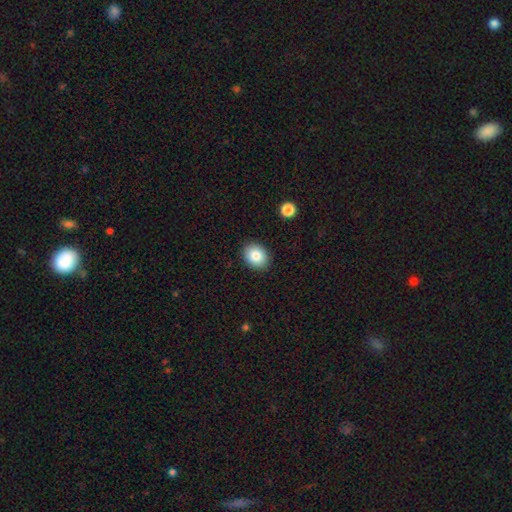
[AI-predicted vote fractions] The model was most divided on "how rounded": in between: 53%, round: 46%, cigar-shaped: 1%. More confident: merging — none (90%); smooth or featured — smooth (85%).